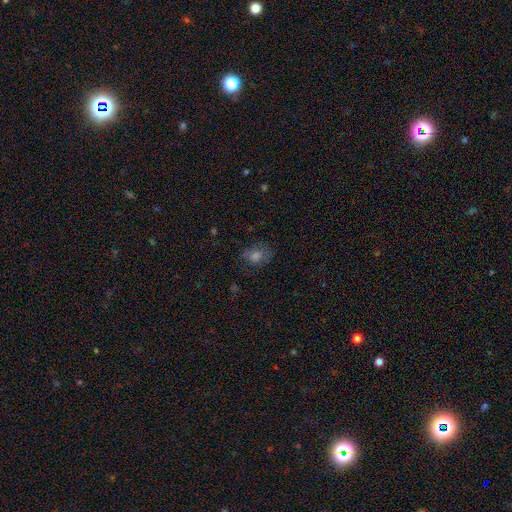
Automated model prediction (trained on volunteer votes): A smooth galaxy with no disk features (58%) that is in between round and cigar-shaped (53%).

Vote fractions:
- Smooth or featured? smooth: 58% / star or artifact: 22% / featured or disk: 20%
- How rounded? in between: 53% / round: 46% / cigar-shaped: 1%
- Merging? none: 71% / minor disturbance: 19% / major disturbance: 8% / merger: 2%